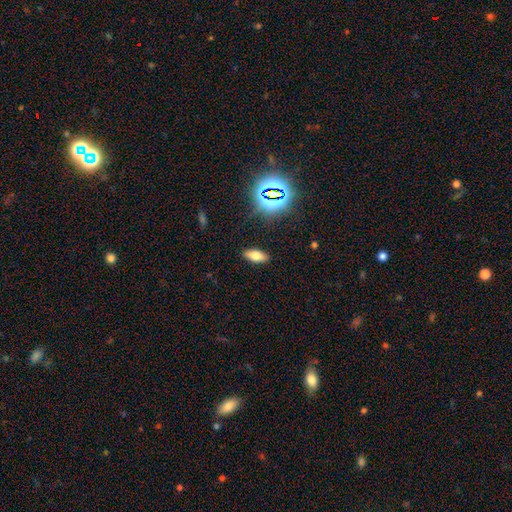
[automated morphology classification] This appears to be a smooth galaxy with no disk features (68%) that is in between round and cigar-shaped (81%). Merging: none (88%).